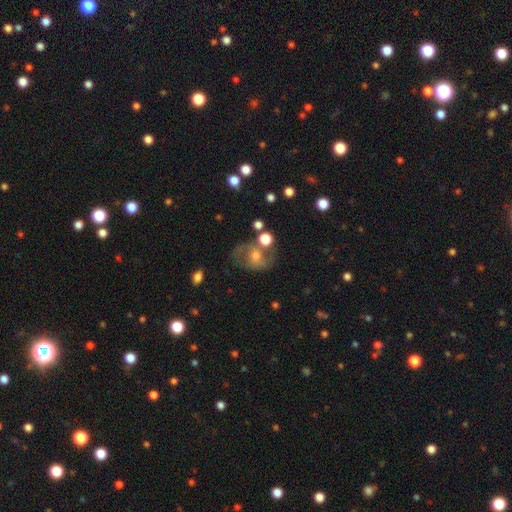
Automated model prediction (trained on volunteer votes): A featured or disk galaxy (54%) with no bar (57%), spiral arms (71%) and a moderate central bulge (57%). Merging: none (56%).